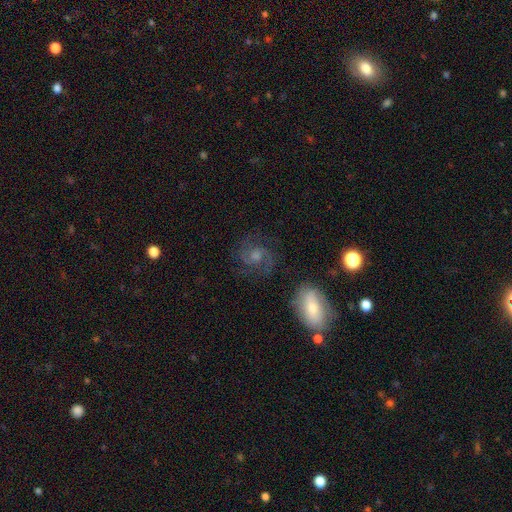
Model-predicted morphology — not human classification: Smooth or featured? featured or disk (76%)
Edge-on disk? no (97%)
Bar? no (55%)
Spiral arms? yes (96%)
Spiral winding? medium (57%)
Spiral arm count? 2 (83%)
Bulge size? moderate (42%)
Merging? none (77%)